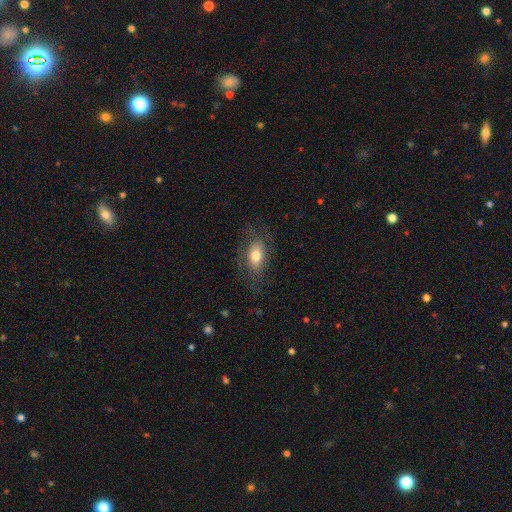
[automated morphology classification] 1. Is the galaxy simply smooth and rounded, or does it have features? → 65% smooth, 27% featured or disk, 8% star or artifact.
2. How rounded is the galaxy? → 87% in between, 8% round, 6% cigar-shaped.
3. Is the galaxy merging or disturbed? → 68% none, 19% minor disturbance, 12% major disturbance, 1% merger.